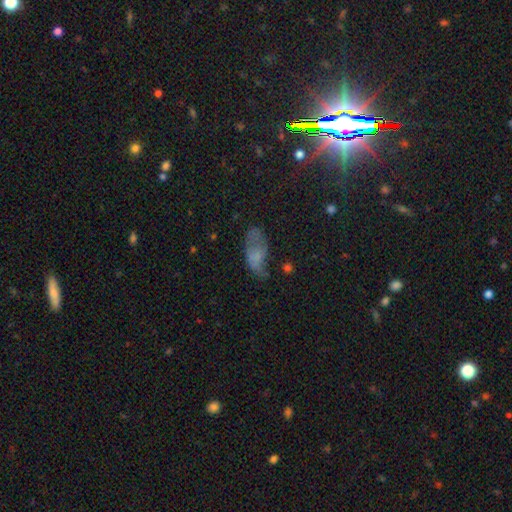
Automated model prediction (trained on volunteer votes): Smooth or featured? Predicted: smooth (p=0.55). How rounded? Predicted: in between (p=0.87). Merging? Predicted: none (p=0.40).